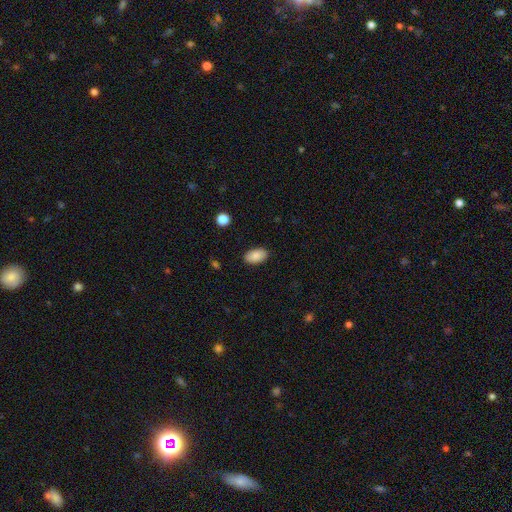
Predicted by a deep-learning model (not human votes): smooth_or_featured: smooth (p=0.87) [alt: star or artifact p=0.07]
how_rounded: in between (p=0.94) [alt: round p=0.05]
merging: none (p=0.88) [alt: minor disturbance p=0.09]